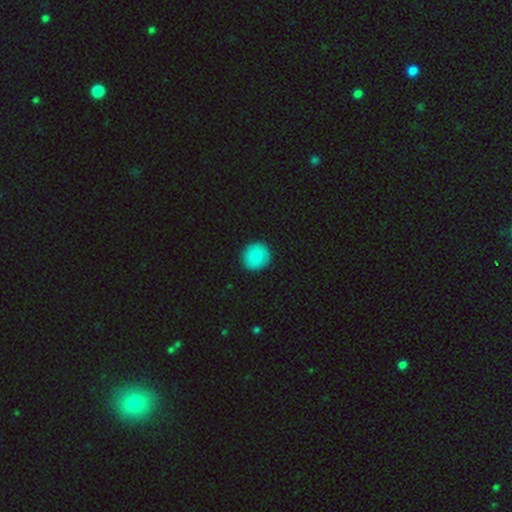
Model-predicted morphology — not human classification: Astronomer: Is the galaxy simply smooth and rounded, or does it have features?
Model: smooth — 86%.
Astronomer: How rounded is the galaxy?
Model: round — 90%.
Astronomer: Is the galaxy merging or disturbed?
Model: none — 91%.